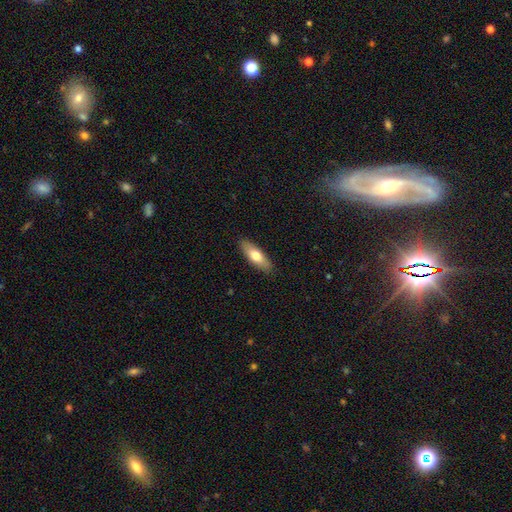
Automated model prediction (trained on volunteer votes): This is likely a smooth galaxy (69%). How rounded: possibly in between (57%). Merging: clearly none (89%).